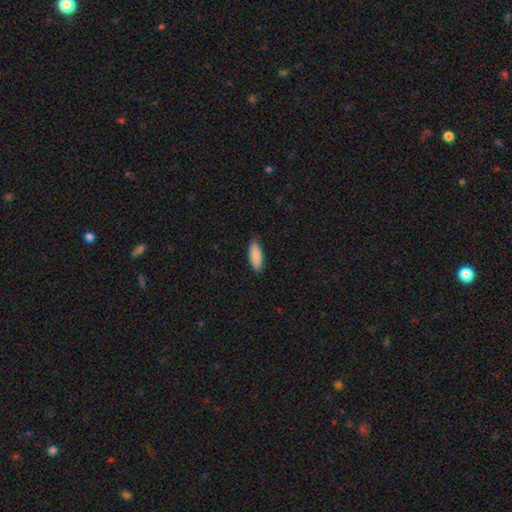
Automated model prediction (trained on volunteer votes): Morphology: type=smooth (90%); roundness=in between (69%); merging=none (88%).